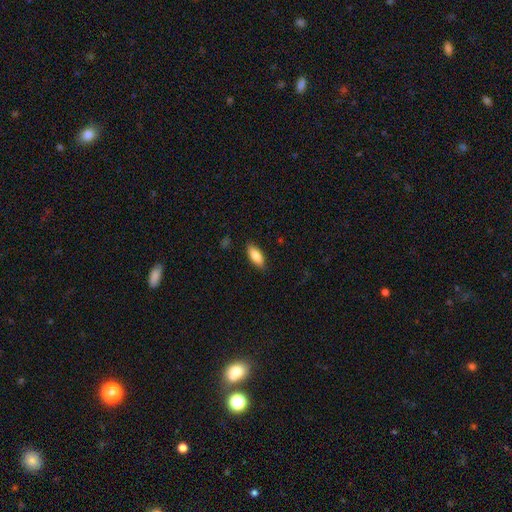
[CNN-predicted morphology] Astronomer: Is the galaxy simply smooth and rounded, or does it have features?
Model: smooth — 86%.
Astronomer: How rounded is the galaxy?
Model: in between — 82%.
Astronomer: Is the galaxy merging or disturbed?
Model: none — 87%.